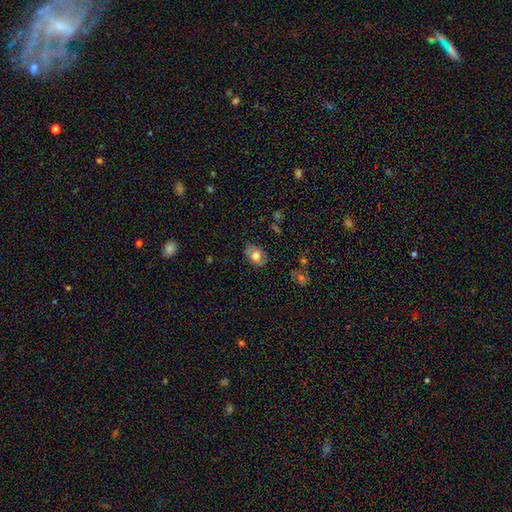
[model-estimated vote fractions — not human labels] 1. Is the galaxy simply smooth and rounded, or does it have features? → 67% smooth, 25% featured or disk, 8% star or artifact.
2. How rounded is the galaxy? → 79% in between, 19% round, 1% cigar-shaped.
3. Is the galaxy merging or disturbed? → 77% none, 17% minor disturbance, 4% major disturbance, 2% merger.